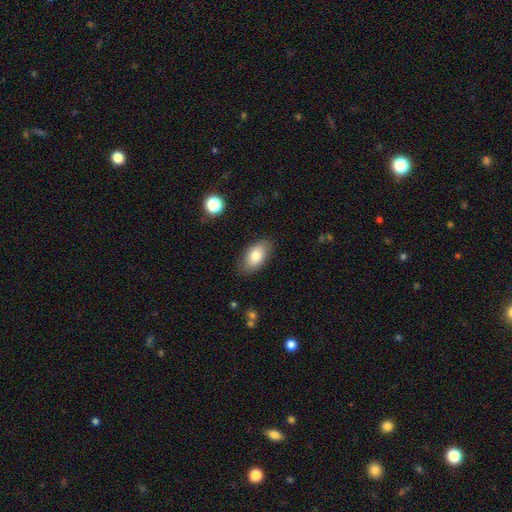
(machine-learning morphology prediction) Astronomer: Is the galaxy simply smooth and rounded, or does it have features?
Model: smooth — 78%.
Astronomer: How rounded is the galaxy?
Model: in between — 92%.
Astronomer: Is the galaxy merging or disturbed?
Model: none — 82%.